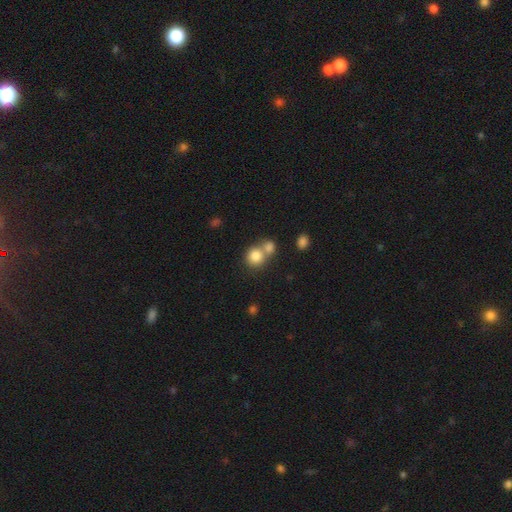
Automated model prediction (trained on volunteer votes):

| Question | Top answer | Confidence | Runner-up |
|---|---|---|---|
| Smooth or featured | smooth | 81% | star or artifact (10%) |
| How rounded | round | 84% | in between (15%) |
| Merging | none | 45% | merger (44%) |